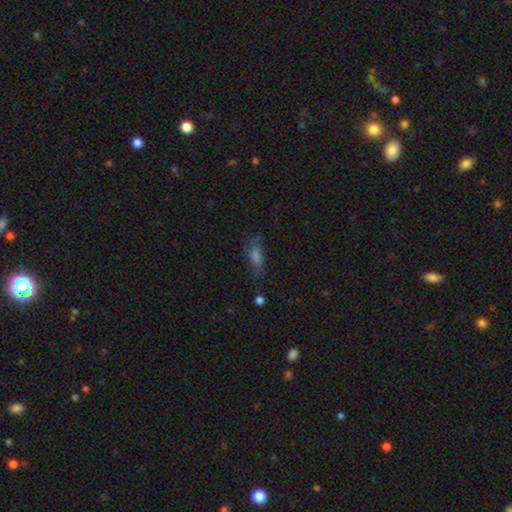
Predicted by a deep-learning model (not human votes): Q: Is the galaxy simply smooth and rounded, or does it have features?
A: smooth — 50%.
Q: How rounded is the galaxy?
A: in between — 56%.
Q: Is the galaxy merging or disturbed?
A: none — 63%.